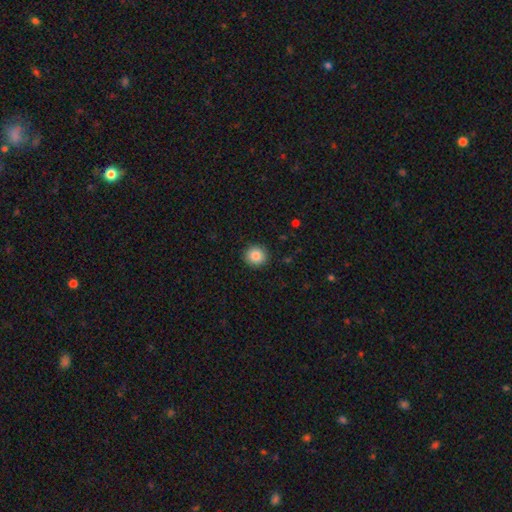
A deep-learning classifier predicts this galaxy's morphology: This is clearly a smooth galaxy (85%). How rounded: clearly round (92%). Merging: clearly none (92%).